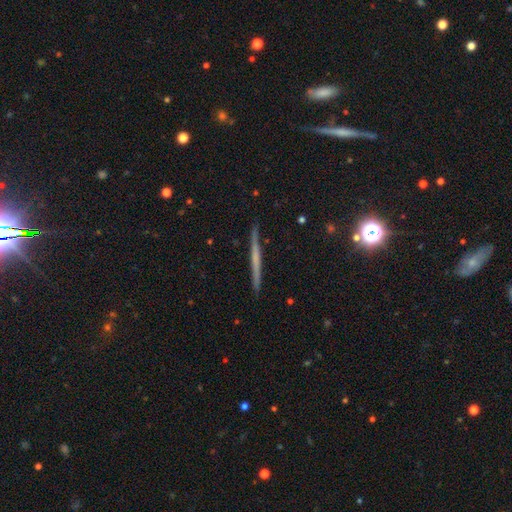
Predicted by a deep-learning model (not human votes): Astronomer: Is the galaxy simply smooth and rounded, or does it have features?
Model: featured or disk — 57%.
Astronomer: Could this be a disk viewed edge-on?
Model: yes — 97%.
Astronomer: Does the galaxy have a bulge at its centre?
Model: none — 77%.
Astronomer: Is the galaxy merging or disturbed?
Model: none — 91%.